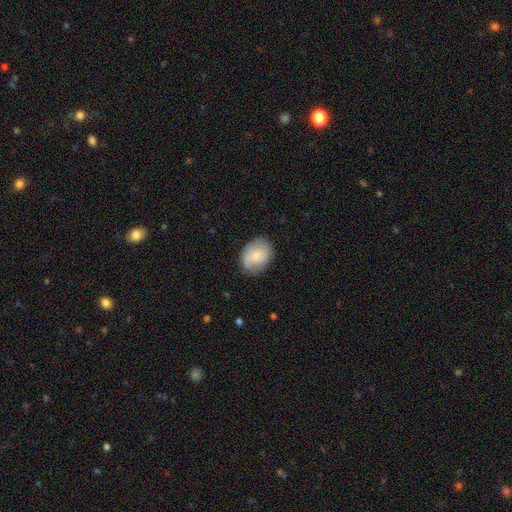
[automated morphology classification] This appears to be a smooth galaxy with no disk features (60%) that is in between round and cigar-shaped (63%). Merging: none (76%).